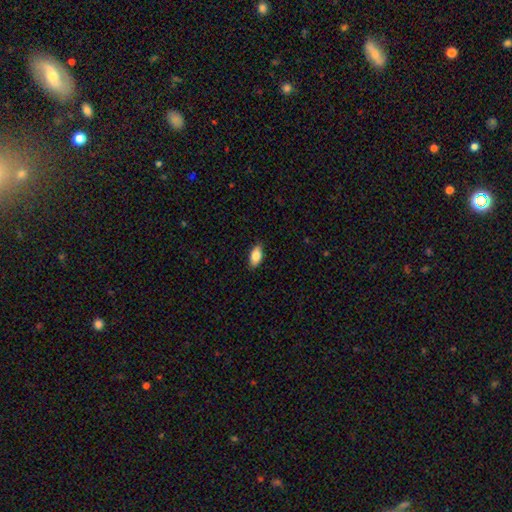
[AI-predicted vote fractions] smooth-or-featured: smooth: 84% | featured or disk: 9% | star or artifact: 7%
  how-rounded: in between: 90% | cigar-shaped: 7% | round: 3%
  merging: none: 86% | minor disturbance: 11% | major disturbance: 2% | merger: 1%